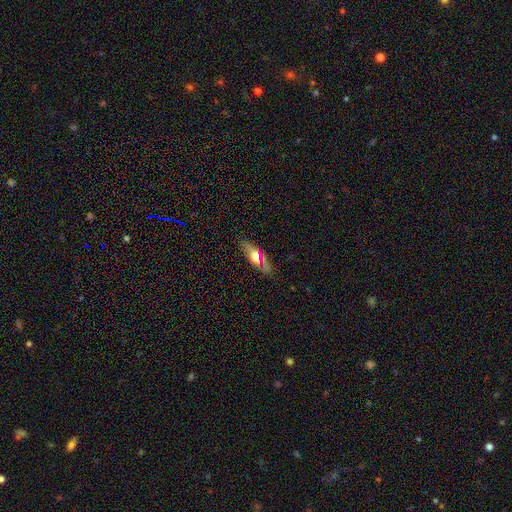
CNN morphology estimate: A smooth galaxy with no disk features (54%) that is in between round and cigar-shaped (58%).

Vote fractions:
- Smooth or featured? smooth: 54% / featured or disk: 36% / star or artifact: 10%
- How rounded? in between: 58% / cigar-shaped: 38% / round: 4%
- Merging? none: 83% / minor disturbance: 12% / major disturbance: 3% / merger: 2%